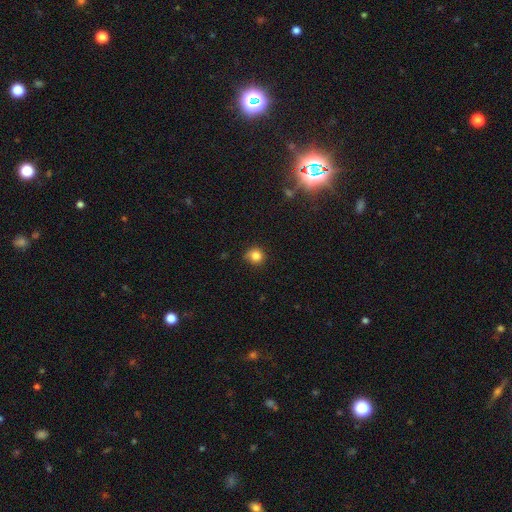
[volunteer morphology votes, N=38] smooth_or_featured: smooth (p=0.92) [alt: star or artifact p=0.05]
how_rounded: round (p=0.91) [alt: in between p=0.09]
merging: none (p=0.78) [alt: minor disturbance p=0.22]